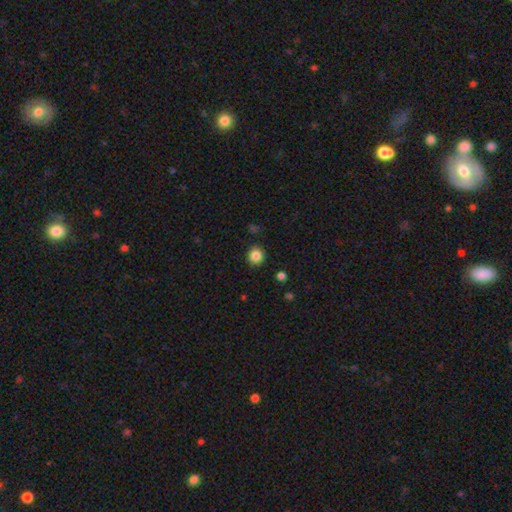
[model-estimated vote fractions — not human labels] Morphology: type=smooth (85%); roundness=round (90%); merging=none (90%).